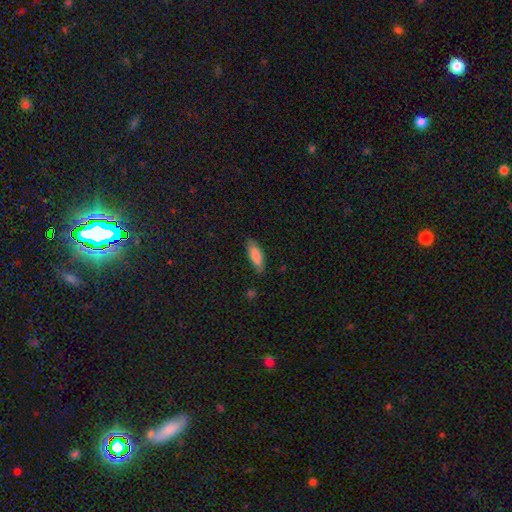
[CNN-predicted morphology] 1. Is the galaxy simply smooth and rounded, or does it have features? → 85% smooth, 9% featured or disk, 6% star or artifact.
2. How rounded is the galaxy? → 64% in between, 35% cigar-shaped, 2% round.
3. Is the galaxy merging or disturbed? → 77% none, 18% minor disturbance, 3% major disturbance, 1% merger.